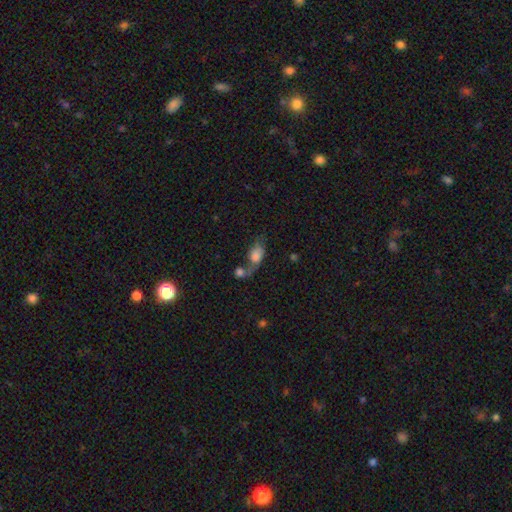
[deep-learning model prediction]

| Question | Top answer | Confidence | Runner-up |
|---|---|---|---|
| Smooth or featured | smooth | 69% | featured or disk (21%) |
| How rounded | in between | 79% | round (16%) |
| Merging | merger | 46% | none (22%) |